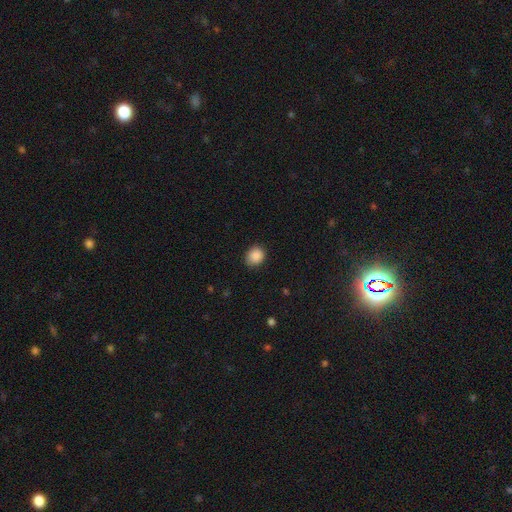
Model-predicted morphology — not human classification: Smooth or featured: smooth — 89% (star or artifact — 9%)
How rounded: round — 69% (in between — 30%)
Merging: none — 84% (minor disturbance — 13%)